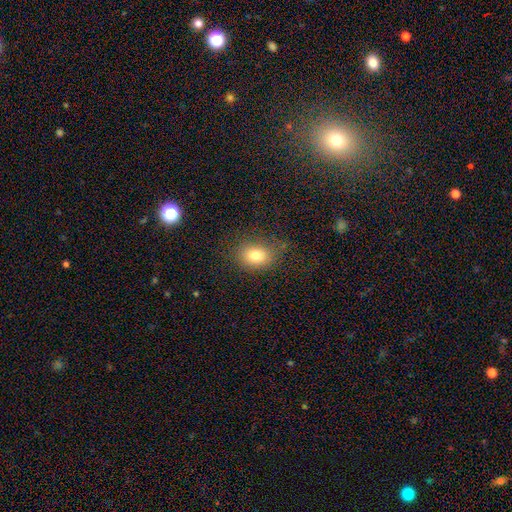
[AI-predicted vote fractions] smooth 79%, star or artifact 11%, featured or disk 9%. Down the decision tree: how rounded — in between (62%); merging — none (77%).